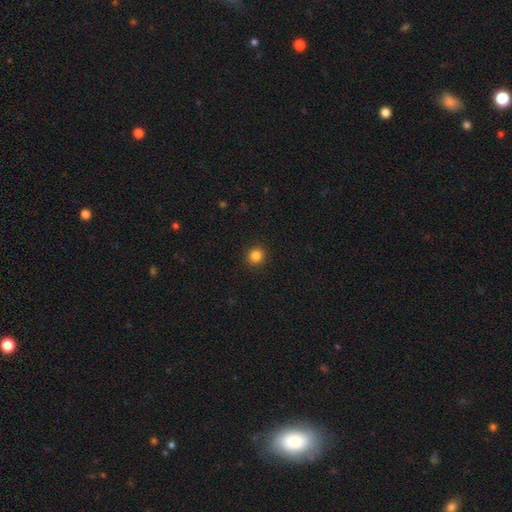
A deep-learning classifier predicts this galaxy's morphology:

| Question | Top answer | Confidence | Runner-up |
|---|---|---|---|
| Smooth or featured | smooth | 85% | star or artifact (12%) |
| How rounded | round | 91% | in between (8%) |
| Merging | none | 92% | minor disturbance (5%) |